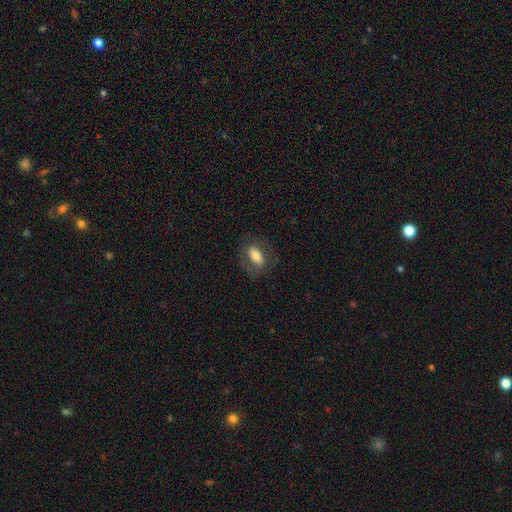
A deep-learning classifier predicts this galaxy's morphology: Smooth or featured: smooth — 67% (featured or disk — 26%)
How rounded: in between — 83% (cigar-shaped — 9%)
Merging: none — 77% (minor disturbance — 14%)